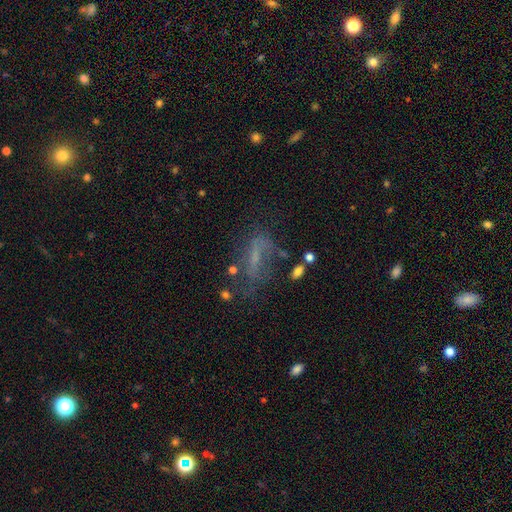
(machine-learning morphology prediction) Q: Smooth or featured?
A: featured or disk (49%); runner-up: smooth (32%)
Q: Merging?
A: none (47%); runner-up: major disturbance (24%)